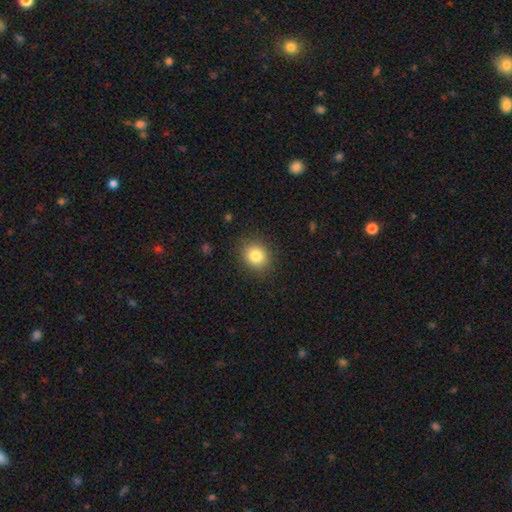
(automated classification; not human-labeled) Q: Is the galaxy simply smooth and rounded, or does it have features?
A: smooth — 83%.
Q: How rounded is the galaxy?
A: round — 75%.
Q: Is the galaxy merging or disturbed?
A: none — 87%.